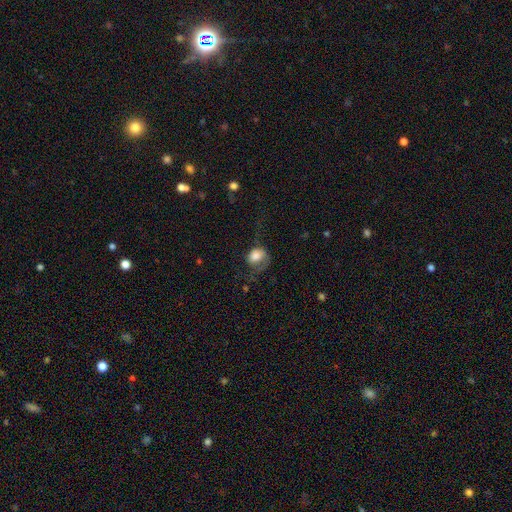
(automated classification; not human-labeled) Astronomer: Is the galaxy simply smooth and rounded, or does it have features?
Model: smooth — 64%.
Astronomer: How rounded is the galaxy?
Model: round — 51% (runner-up: in between, 48%).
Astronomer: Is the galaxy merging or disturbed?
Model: major disturbance — 46% (runner-up: none, 29%).